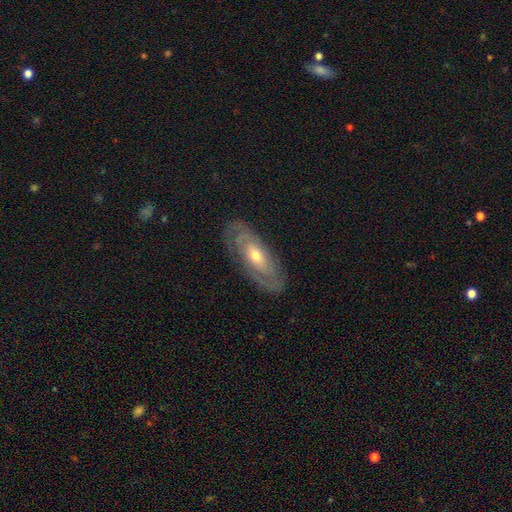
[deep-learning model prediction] A featured or disk galaxy (69%) with no bar (76%), spiral arms (70%) and a moderate central bulge (58%).

Vote fractions:
- Smooth or featured? featured or disk: 69% / smooth: 25% / star or artifact: 6%
- Edge-on disk? no: 84% / yes: 16%
- Bar? no: 76% / weak: 18% / strong: 6%
- Spiral arms? yes: 70% / no: 30%
- Bulge size? moderate: 58% / small: 37% / large: 4% / none: 1% / dominant: 1%
- Merging? none: 79% / minor disturbance: 15% / major disturbance: 5% / merger: 1%